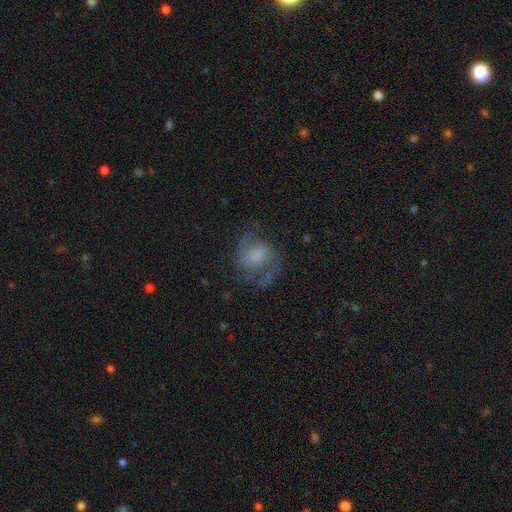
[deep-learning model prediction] featured or disk 71%, smooth 21%, star or artifact 9%. Down the decision tree: edge-on disk — no (98%); bar — no (55%); spiral arms — yes (92%); spiral arm count — 2 (86%); spiral winding — medium (54%); bulge size — moderate (30%); merging — none (64%).